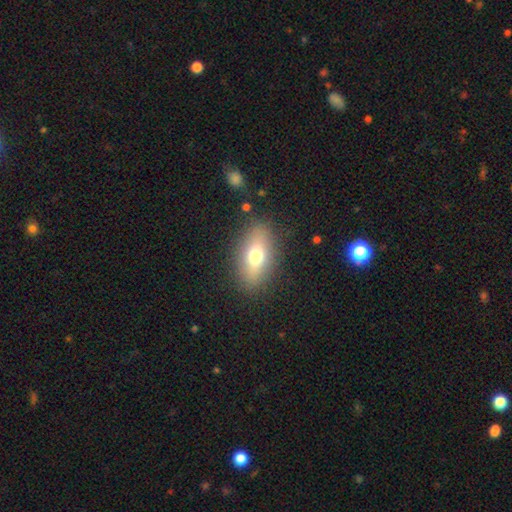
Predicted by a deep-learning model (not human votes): smooth 67%, featured or disk 23%, star or artifact 10%. Down the decision tree: how rounded — in between (82%); merging — none (85%).